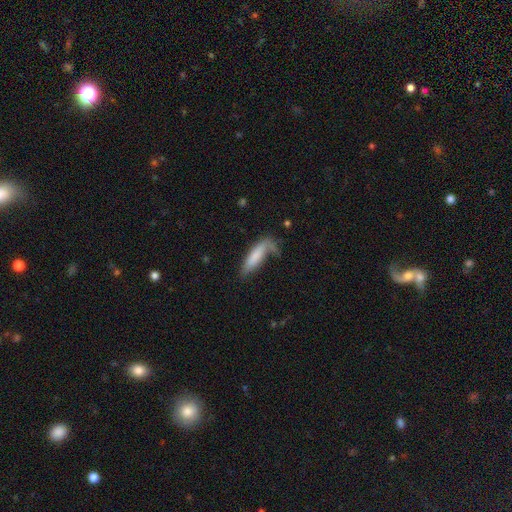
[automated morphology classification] A smooth galaxy with no disk features (74%) that is cigar-shaped (67%).

Vote fractions:
- Smooth or featured? smooth: 74% / featured or disk: 20% / star or artifact: 6%
- How rounded? cigar-shaped: 67% / in between: 31% / round: 2%
- Merging? none: 43% / minor disturbance: 27% / major disturbance: 22% / merger: 7%